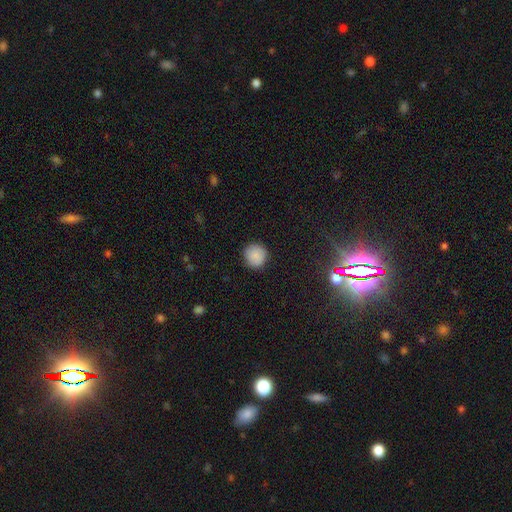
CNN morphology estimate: Q: Smooth or featured?
A: smooth (87%); runner-up: star or artifact (9%)
Q: How rounded?
A: round (94%); runner-up: in between (5%)
Q: Merging?
A: none (90%); runner-up: minor disturbance (7%)